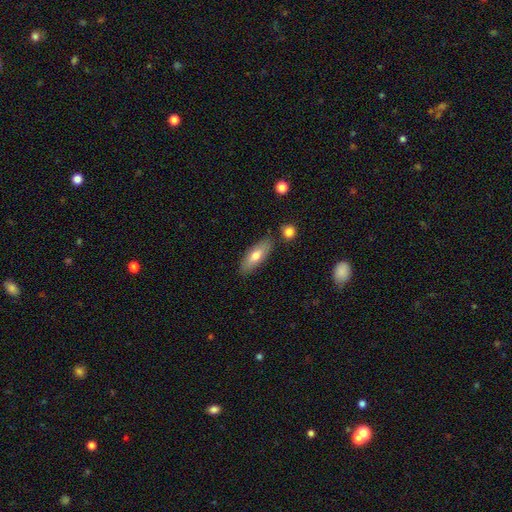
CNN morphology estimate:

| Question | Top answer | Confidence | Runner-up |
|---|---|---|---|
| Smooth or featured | smooth | 68% | featured or disk (26%) |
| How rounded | in between | 65% | cigar-shaped (33%) |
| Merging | none | 81% | minor disturbance (12%) |